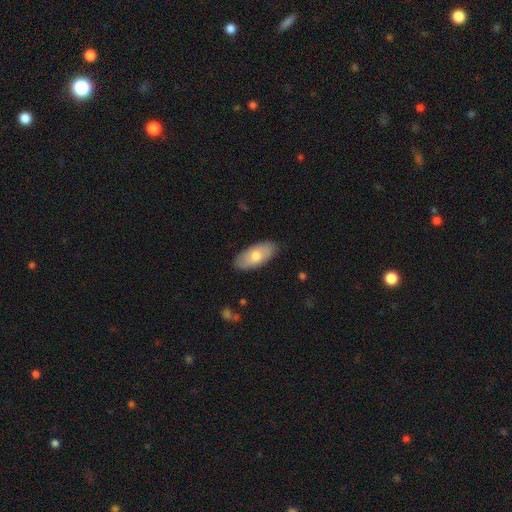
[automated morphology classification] A smooth galaxy with no disk features (72%) that is in between round and cigar-shaped (91%). Merging: none (85%).